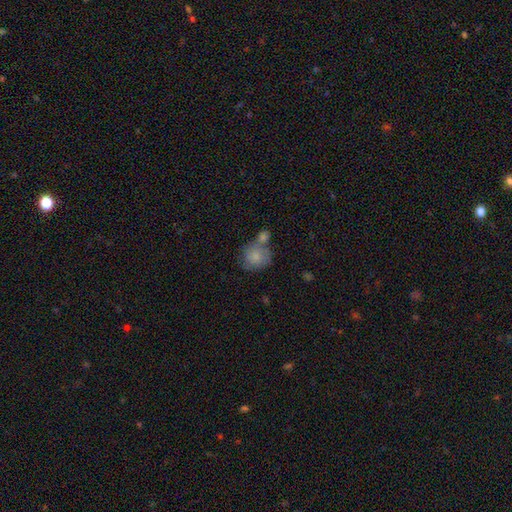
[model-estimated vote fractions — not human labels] Smooth or featured?
  - smooth: 79% *
  - featured or disk: 14%
  - star or artifact: 7%
How rounded?
  - round: 77% *
  - in between: 22%
  - cigar-shaped: 1%
Merging?
  - none: 40% *
  - merger: 38%
  - minor disturbance: 16%
  - major disturbance: 7%